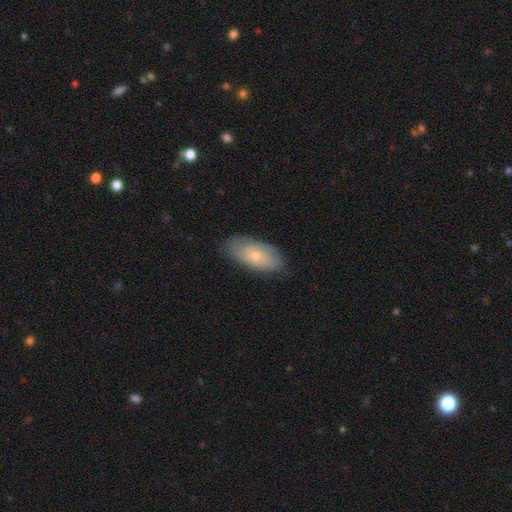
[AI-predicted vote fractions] Q: Smooth or featured?
A: smooth (57%); runner-up: featured or disk (36%)
Q: How rounded?
A: in between (88%); runner-up: cigar-shaped (8%)
Q: Merging?
A: none (73%); runner-up: minor disturbance (21%)